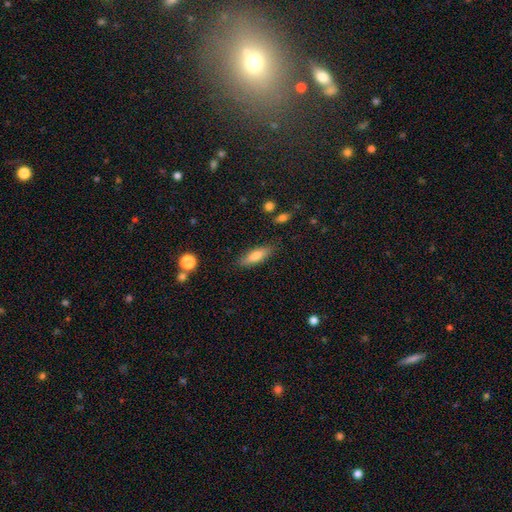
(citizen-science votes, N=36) Q: Smooth or featured?
A: smooth (64%); runner-up: featured or disk (31%)
Q: How rounded?
A: cigar-shaped (57%); runner-up: in between (39%)
Q: Merging?
A: none (94%); runner-up: minor disturbance (3%)